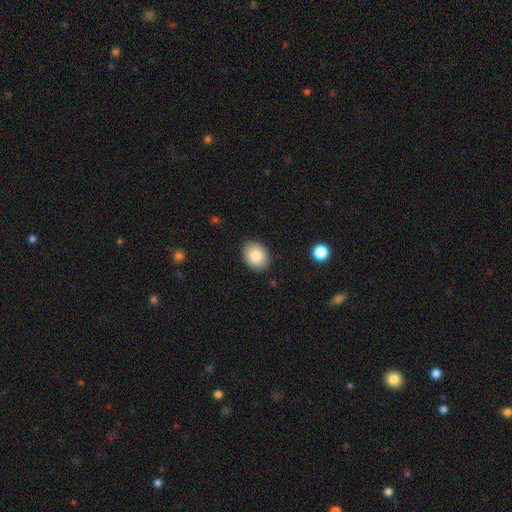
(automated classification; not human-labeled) This is clearly a smooth galaxy (85%). How rounded: possibly in between (59%). Merging: clearly none (87%).